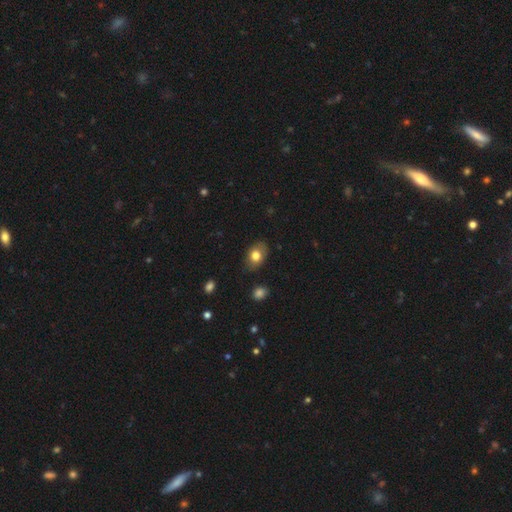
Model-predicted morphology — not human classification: This is likely a smooth galaxy (78%). How rounded: likely in between (78%). Merging: likely none (79%).